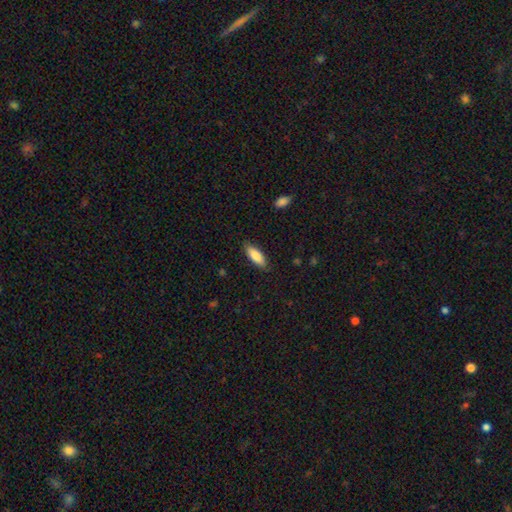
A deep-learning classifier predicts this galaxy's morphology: Smooth or featured? Predicted: smooth (p=0.83). How rounded? Predicted: in between (p=0.68). Merging? Predicted: none (p=0.85).